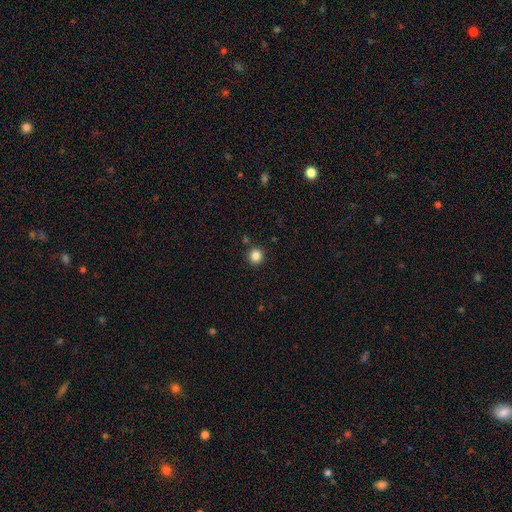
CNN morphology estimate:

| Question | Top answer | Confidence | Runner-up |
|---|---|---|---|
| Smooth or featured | smooth | 84% | star or artifact (12%) |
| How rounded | round | 94% | in between (6%) |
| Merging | none | 90% | minor disturbance (6%) |